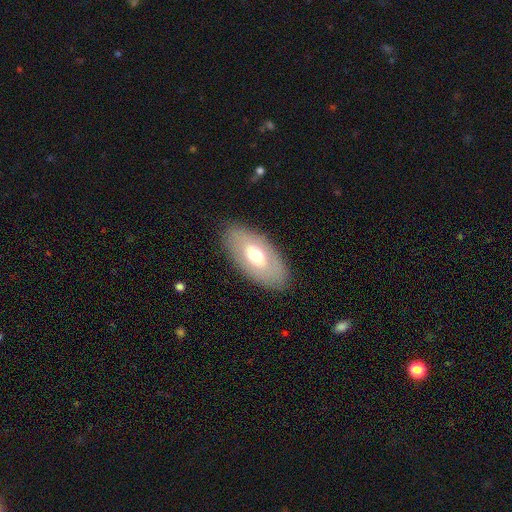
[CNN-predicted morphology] A smooth galaxy with no disk features (55%) that is in between round and cigar-shaped (92%). Merging: none (84%).